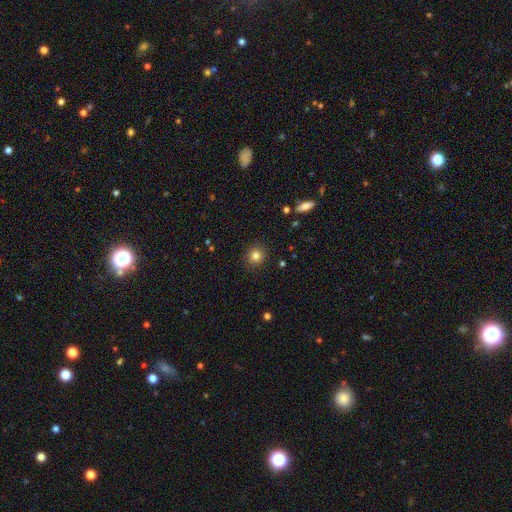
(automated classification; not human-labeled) Smooth or featured? Predicted: smooth (p=0.81). How rounded? Predicted: round (p=0.88). Merging? Predicted: none (p=0.90).